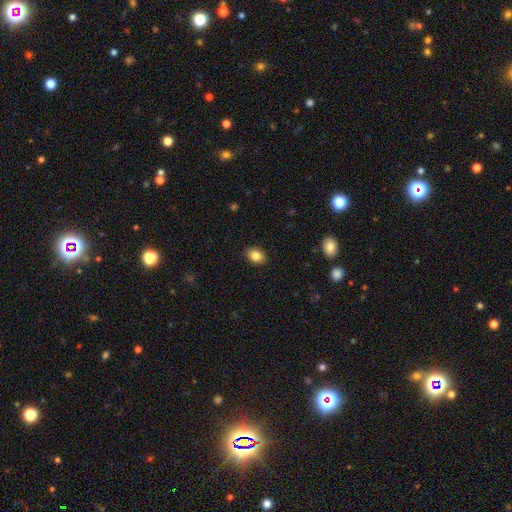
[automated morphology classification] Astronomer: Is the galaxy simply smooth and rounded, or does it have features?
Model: smooth — 85%.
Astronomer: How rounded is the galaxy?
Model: in between — 70%.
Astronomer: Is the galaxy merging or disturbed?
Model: none — 89%.